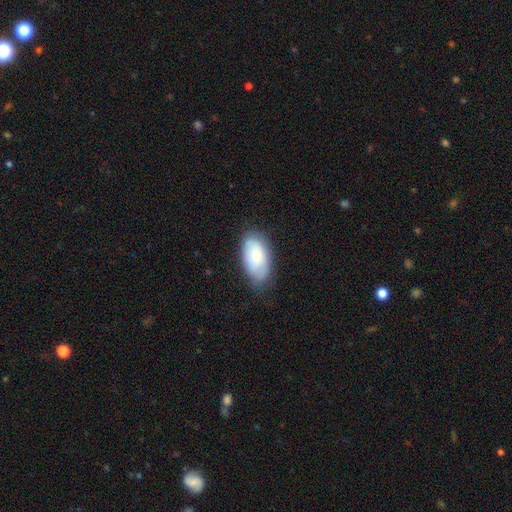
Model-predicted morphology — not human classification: A smooth galaxy with no disk features (71%) that is in between round and cigar-shaped (94%). Merging: none (70%).